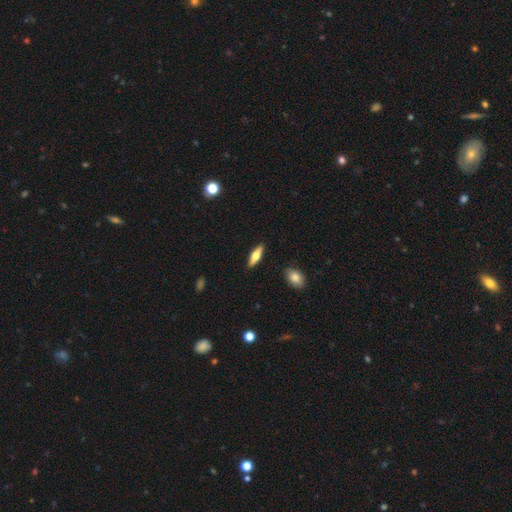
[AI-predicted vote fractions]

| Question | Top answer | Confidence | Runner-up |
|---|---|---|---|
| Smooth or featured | smooth | 55% | featured or disk (39%) |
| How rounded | cigar-shaped | 51% | in between (47%) |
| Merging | none | 89% | minor disturbance (7%) |